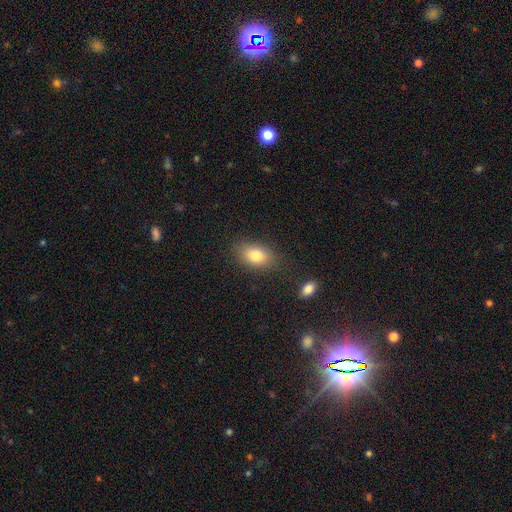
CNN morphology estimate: A smooth galaxy with no disk features (80%) that is in between round and cigar-shaped (84%). Merging: none (82%).